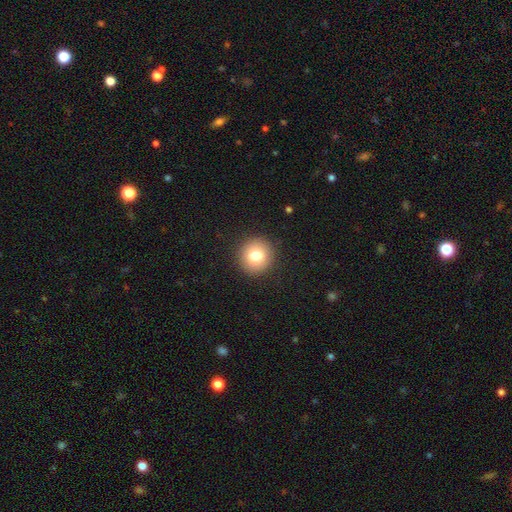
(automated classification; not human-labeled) Smooth or featured: smooth — 78% (featured or disk — 11%)
How rounded: round — 93% (in between — 6%)
Merging: none — 92% (minor disturbance — 5%)